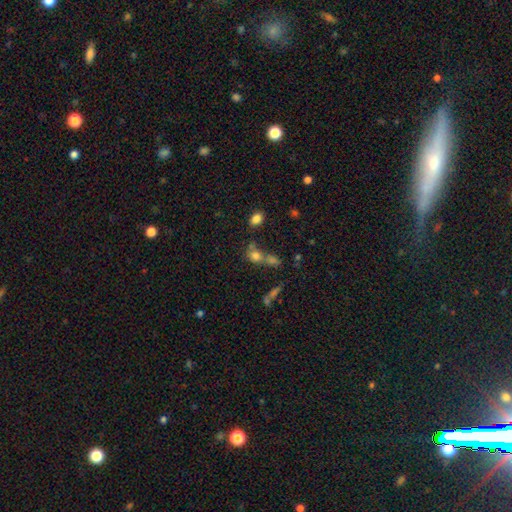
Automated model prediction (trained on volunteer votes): smooth 73%, star or artifact 15%, featured or disk 12%. Down the decision tree: how rounded — round (59%); merging — merger (43%).